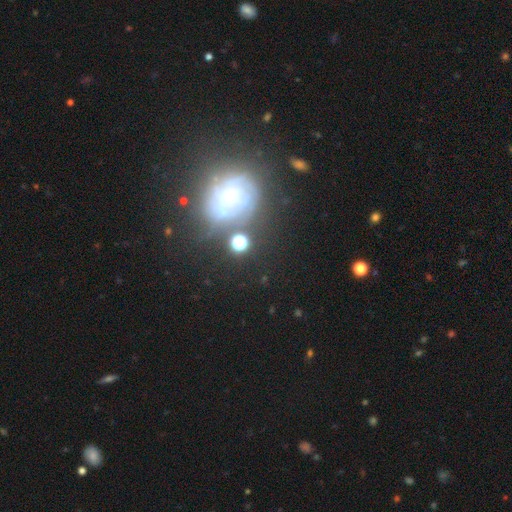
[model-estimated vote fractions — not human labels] Morphology: type=featured or disk (49%); merging=none (65%).